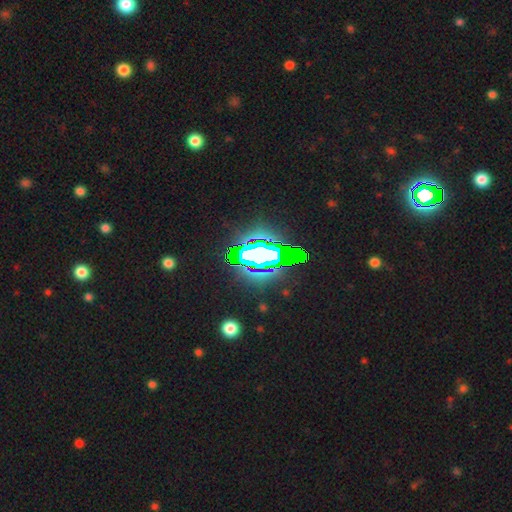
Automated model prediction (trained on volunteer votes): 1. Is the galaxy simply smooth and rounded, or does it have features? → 64% star or artifact, 18% smooth, 17% featured or disk.